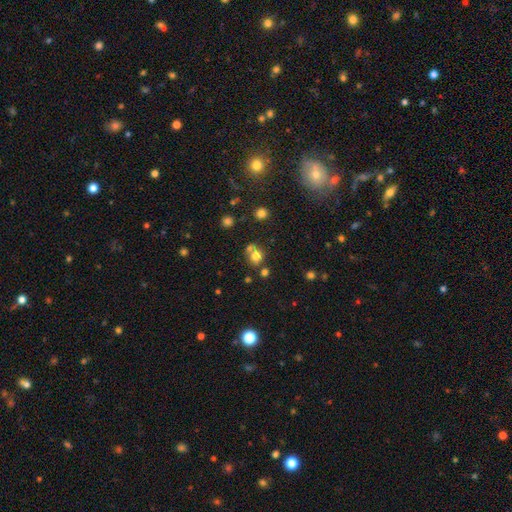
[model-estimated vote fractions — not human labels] Morphology: type=smooth (73%); roundness=round (79%); merging=none (52%).